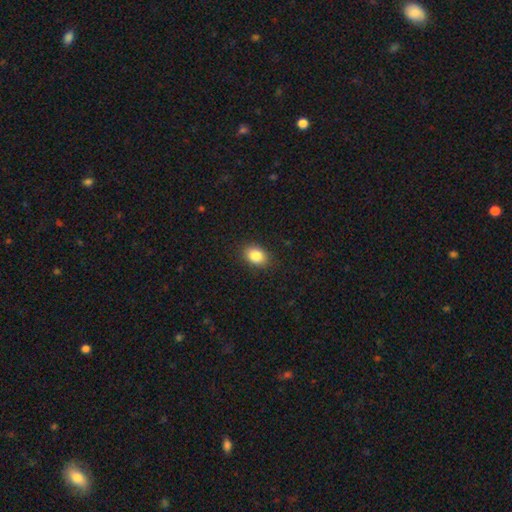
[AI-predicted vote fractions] This appears to be a smooth galaxy with no disk features (85%) that is in between round and cigar-shaped (73%). Merging: none (88%).